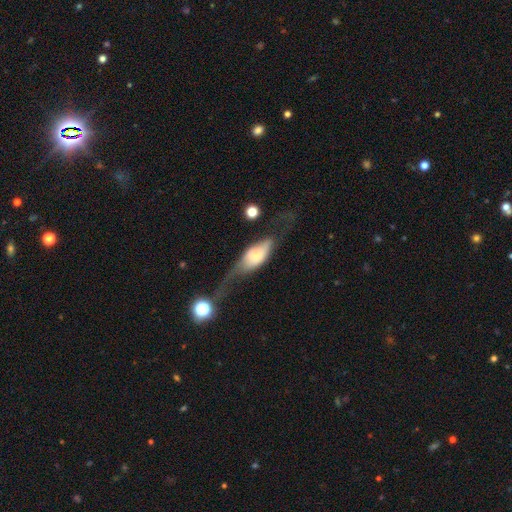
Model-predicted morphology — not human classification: The model was most divided on "smooth or featured": smooth: 48%, featured or disk: 45%, star or artifact: 7%. Remaining: merging — major disturbance (42%).